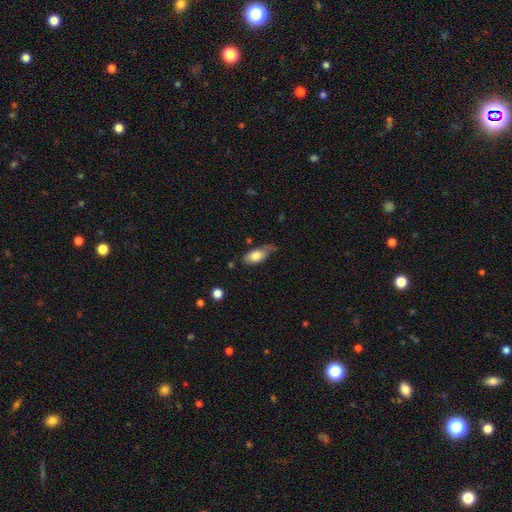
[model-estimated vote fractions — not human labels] This appears to be a smooth galaxy with no disk features (78%) that is in between round and cigar-shaped (90%). Merging: none (42%).